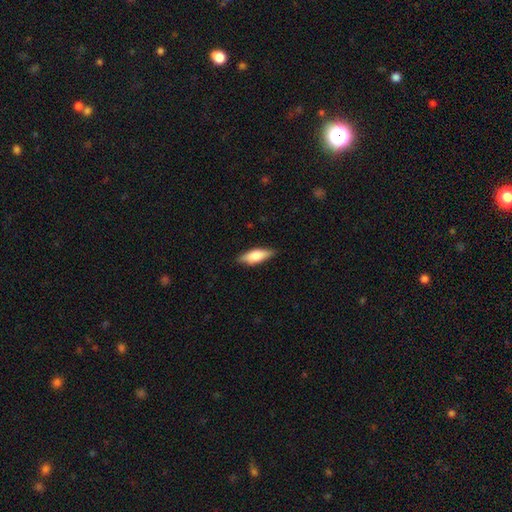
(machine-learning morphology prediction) A smooth galaxy with no disk features (67%) that is in between round and cigar-shaped (61%).

Vote fractions:
- Smooth or featured? smooth: 67% / featured or disk: 27% / star or artifact: 6%
- How rounded? in between: 61% / cigar-shaped: 36% / round: 2%
- Merging? none: 85% / minor disturbance: 12% / major disturbance: 2% / merger: 1%